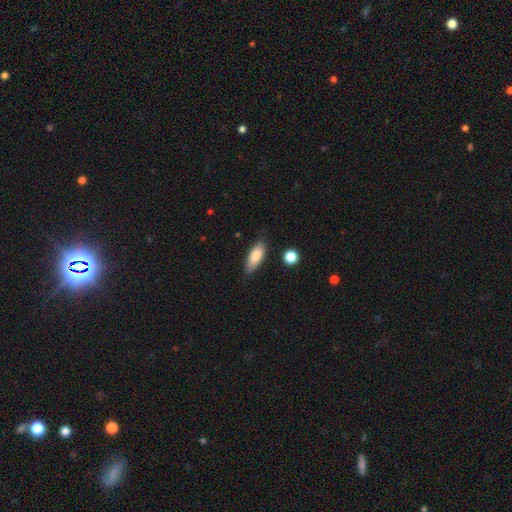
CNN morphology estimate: The model was most divided on "how rounded": in between: 71%, cigar-shaped: 27%, round: 2%. More confident: smooth or featured — smooth (82%); merging — none (78%).